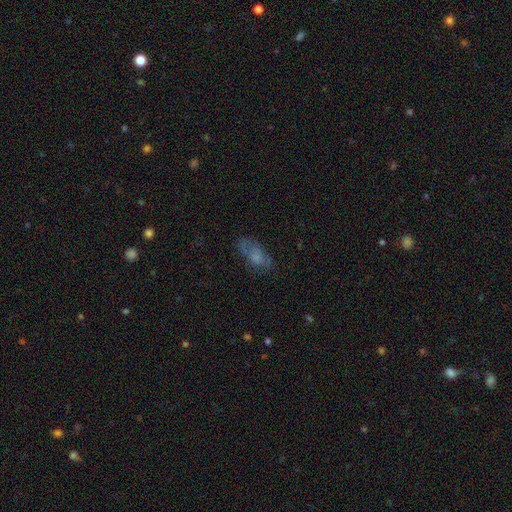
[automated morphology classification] The model was most divided on "smooth or featured": smooth: 59%, featured or disk: 29%, star or artifact: 13%. More confident: how rounded — in between (81%); merging — none (56%).